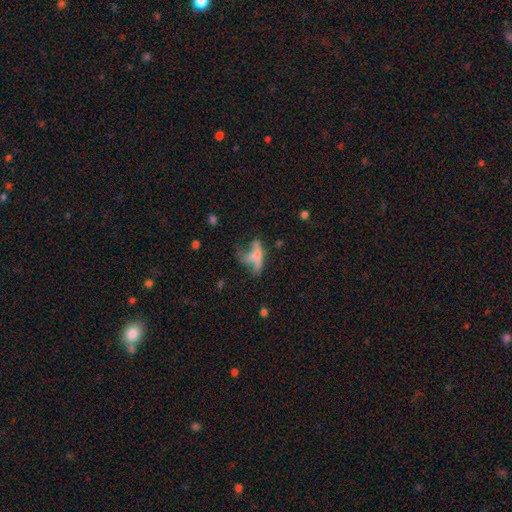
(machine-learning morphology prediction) Overall: smooth (47%; featured or disk 37%). Merging: major disturbance (34%; none 29%).